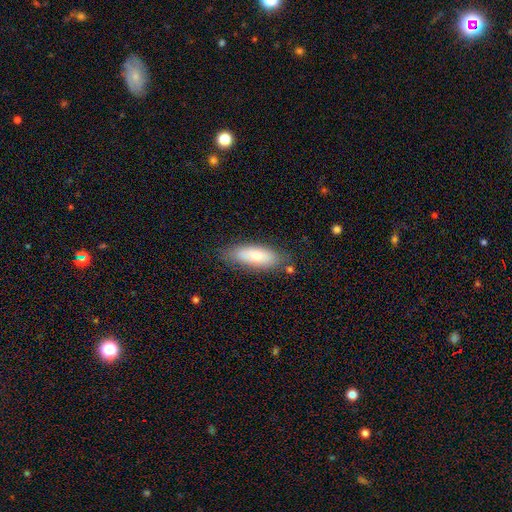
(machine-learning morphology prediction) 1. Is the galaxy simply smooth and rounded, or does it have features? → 77% smooth, 17% featured or disk, 6% star or artifact.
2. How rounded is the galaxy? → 69% in between, 29% cigar-shaped, 2% round.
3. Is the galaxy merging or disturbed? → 77% none, 16% minor disturbance, 4% major disturbance, 3% merger.